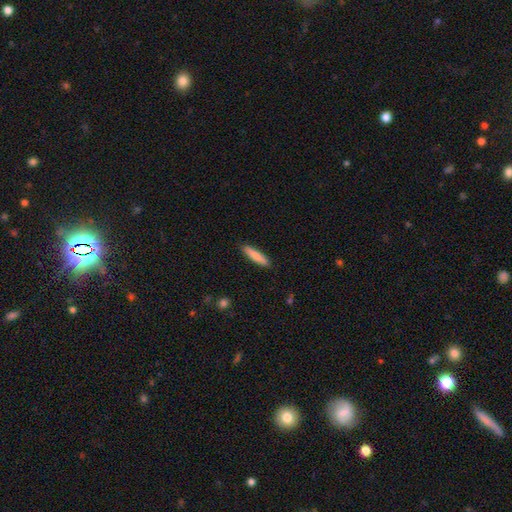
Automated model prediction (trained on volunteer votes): smooth 80%, featured or disk 14%, star or artifact 6%. Down the decision tree: how rounded — cigar-shaped (84%); merging — none (90%).